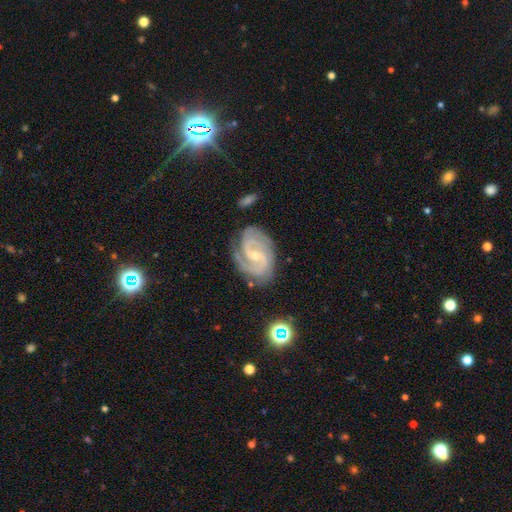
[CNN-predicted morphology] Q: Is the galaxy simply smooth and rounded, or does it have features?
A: featured or disk — 91%.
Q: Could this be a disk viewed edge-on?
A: no — 98%.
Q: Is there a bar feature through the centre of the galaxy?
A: weak — 50%.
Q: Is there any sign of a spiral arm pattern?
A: yes — 98%.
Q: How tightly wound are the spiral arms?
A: tight — 48%.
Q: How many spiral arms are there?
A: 2 — 68%.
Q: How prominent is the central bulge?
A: small — 69%.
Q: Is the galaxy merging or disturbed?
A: none — 74%.